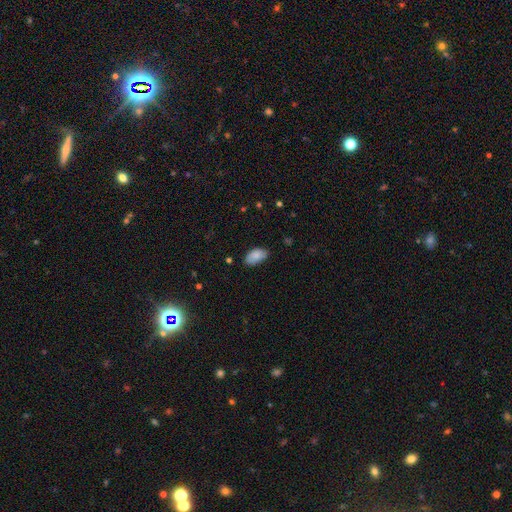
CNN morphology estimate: Smooth or featured? Predicted: smooth (p=0.84). How rounded? Predicted: in between (p=0.94). Merging? Predicted: none (p=0.70).